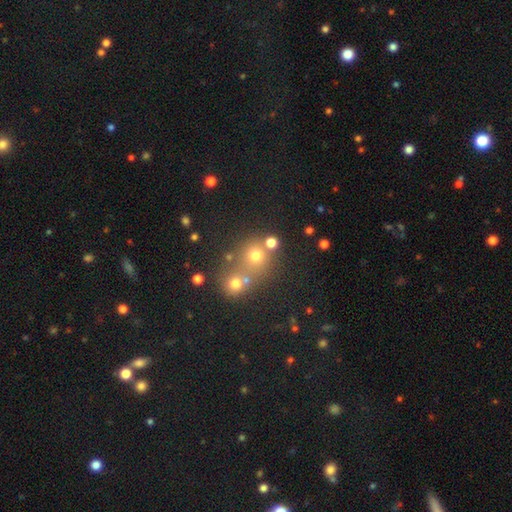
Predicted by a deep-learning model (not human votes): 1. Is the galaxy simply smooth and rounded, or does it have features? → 69% smooth, 21% star or artifact, 10% featured or disk.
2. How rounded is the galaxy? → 85% round, 14% in between, 1% cigar-shaped.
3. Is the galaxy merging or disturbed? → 56% none, 31% merger, 9% minor disturbance, 5% major disturbance.